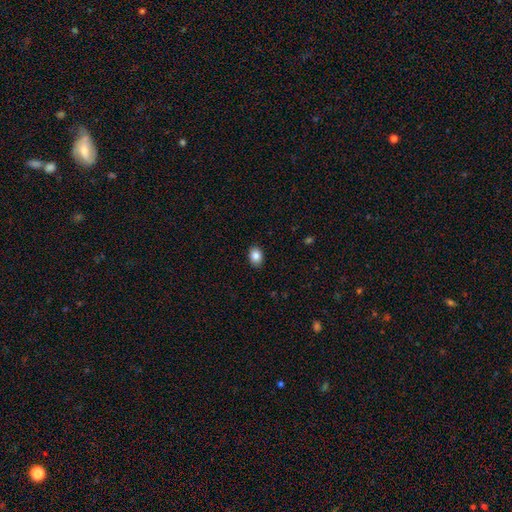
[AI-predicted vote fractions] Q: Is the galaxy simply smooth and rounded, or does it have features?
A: smooth — 86%.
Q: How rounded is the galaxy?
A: in between — 68%.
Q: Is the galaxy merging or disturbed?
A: none — 90%.